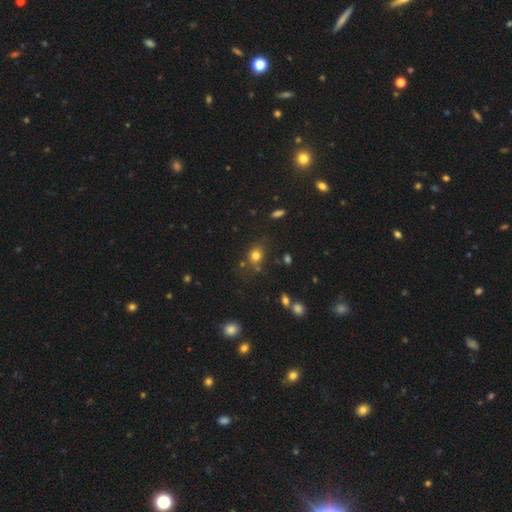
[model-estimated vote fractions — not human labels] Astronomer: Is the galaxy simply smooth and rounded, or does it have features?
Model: smooth — 76%.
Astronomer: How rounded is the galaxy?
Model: round — 67%.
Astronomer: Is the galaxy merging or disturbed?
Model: none — 71%.